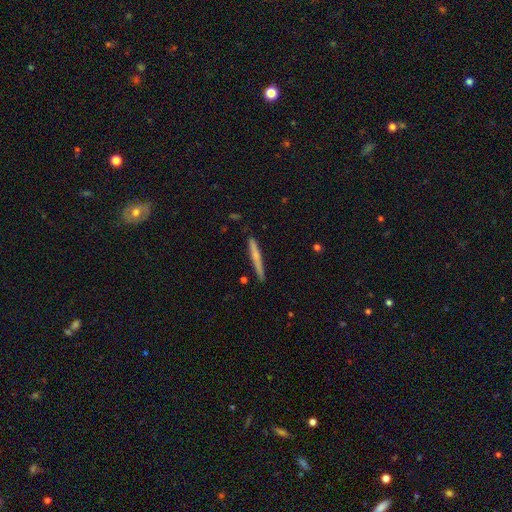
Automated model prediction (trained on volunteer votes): smooth_or_featured: smooth (p=0.51) [alt: featured or disk p=0.43]
how_rounded: cigar-shaped (p=0.96) [alt: in between p=0.02]
merging: none (p=0.87) [alt: minor disturbance p=0.10]